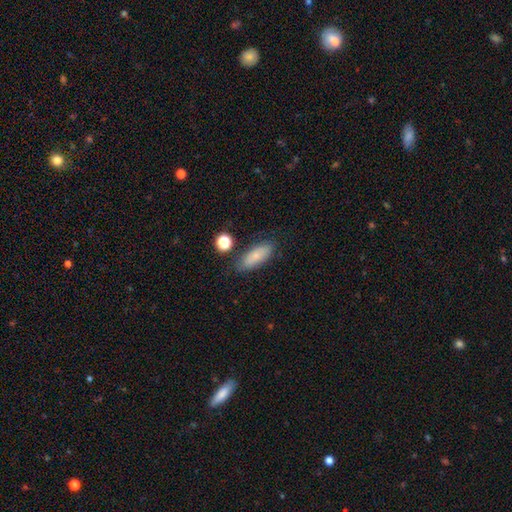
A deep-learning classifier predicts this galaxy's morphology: Smooth or featured?
  - smooth: 77% *
  - featured or disk: 15%
  - star or artifact: 8%
How rounded?
  - in between: 74% *
  - cigar-shaped: 23%
  - round: 4%
Merging?
  - none: 78% *
  - minor disturbance: 14%
  - merger: 4%
  - major disturbance: 4%